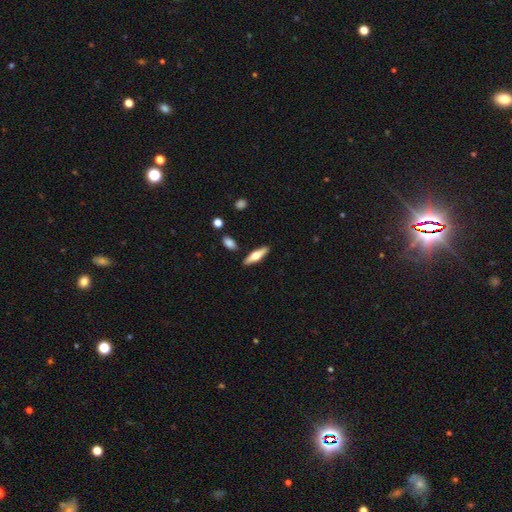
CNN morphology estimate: smooth_or_featured: featured or disk (p=0.48) [alt: smooth p=0.46]
merging: none (p=0.87) [alt: minor disturbance p=0.08]